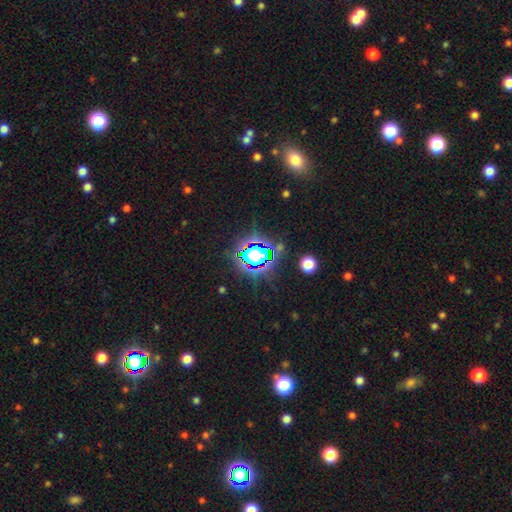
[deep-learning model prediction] Smooth or featured? star or artifact (78%)